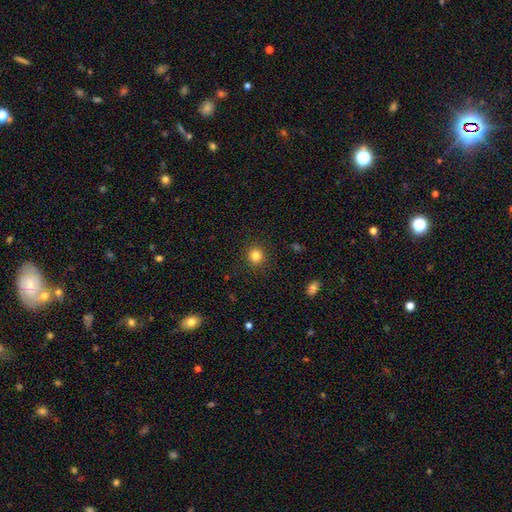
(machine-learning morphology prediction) Smooth or featured?
  - smooth: 83% *
  - star or artifact: 12%
  - featured or disk: 5%
How rounded?
  - round: 94% *
  - in between: 5%
  - cigar-shaped: 1%
Merging?
  - none: 91% *
  - minor disturbance: 6%
  - major disturbance: 2%
  - merger: 1%